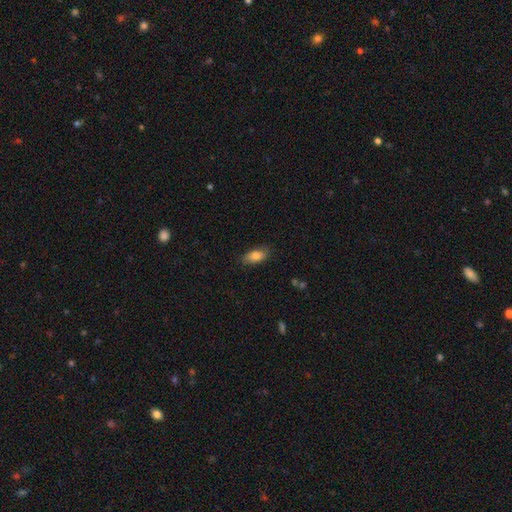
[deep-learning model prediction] smooth_or_featured: smooth (p=0.83) [alt: featured or disk p=0.10]
how_rounded: in between (p=0.87) [alt: cigar-shaped p=0.09]
merging: none (p=0.81) [alt: minor disturbance p=0.15]